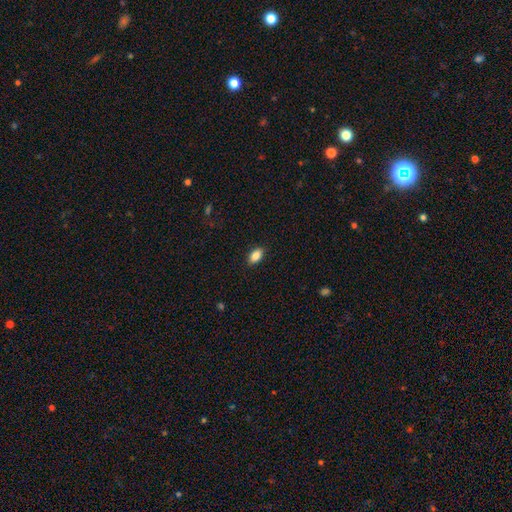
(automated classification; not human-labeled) This appears to be a smooth galaxy with no disk features (85%) that is in between round and cigar-shaped (91%). Merging: none (89%).